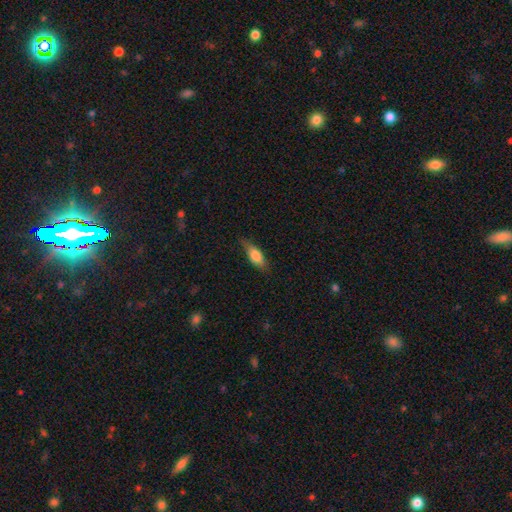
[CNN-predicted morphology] smooth_or_featured: smooth (p=0.76) [alt: featured or disk p=0.17]
how_rounded: in between (p=0.71) [alt: cigar-shaped p=0.26]
merging: none (p=0.72) [alt: minor disturbance p=0.22]